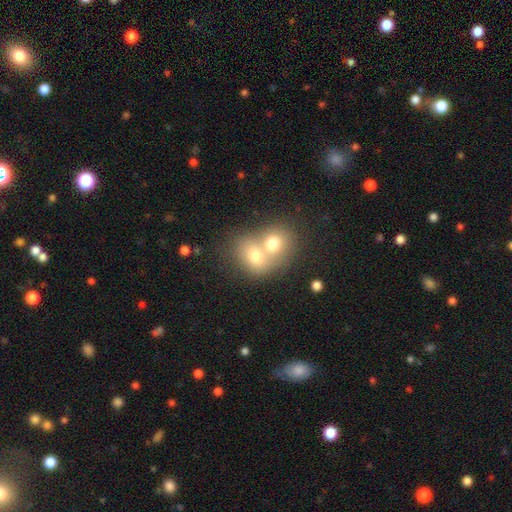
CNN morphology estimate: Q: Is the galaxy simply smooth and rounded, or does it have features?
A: smooth — 70%.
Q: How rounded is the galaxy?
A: round — 58%.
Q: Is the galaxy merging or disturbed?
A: merger — 69%.